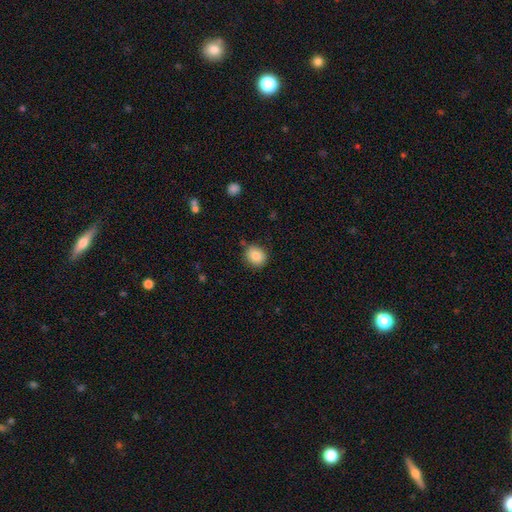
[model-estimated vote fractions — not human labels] This is clearly a smooth galaxy (84%). How rounded: likely round (77%). Merging: clearly none (83%).